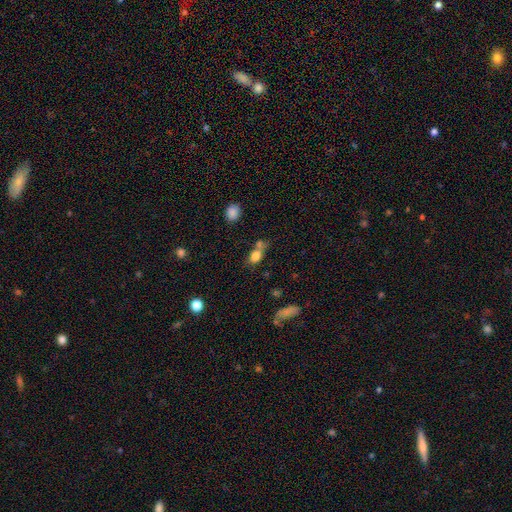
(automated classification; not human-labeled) smooth-or-featured: smooth: 77% | featured or disk: 11% | star or artifact: 11%
  how-rounded: in between: 62% | round: 32% | cigar-shaped: 6%
  merging: merger: 39% | none: 36% | minor disturbance: 16% | major disturbance: 9%